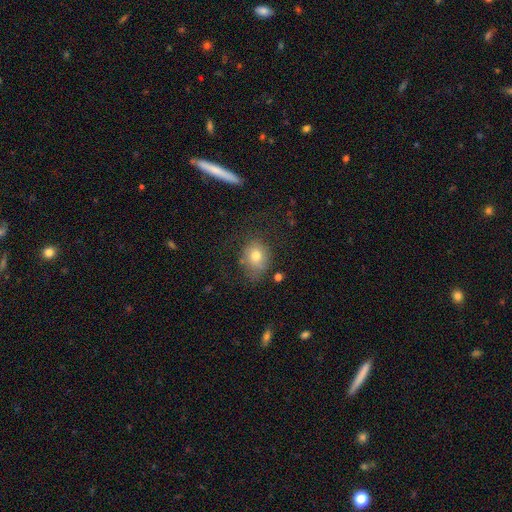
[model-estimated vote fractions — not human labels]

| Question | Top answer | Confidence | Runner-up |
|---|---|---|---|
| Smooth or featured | smooth | 74% | featured or disk (15%) |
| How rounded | round | 62% | in between (37%) |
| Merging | none | 64% | minor disturbance (22%) |